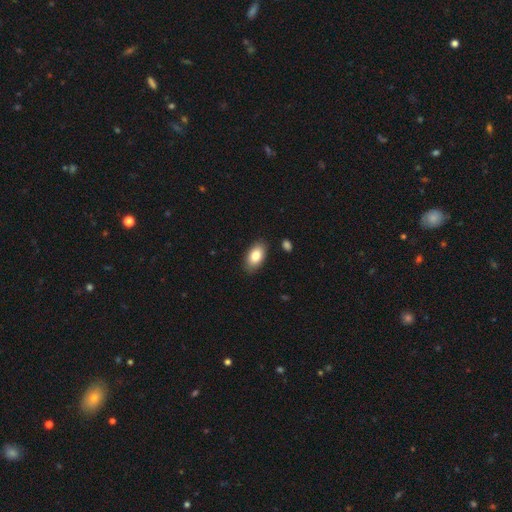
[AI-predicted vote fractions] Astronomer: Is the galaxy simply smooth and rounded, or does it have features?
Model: smooth — 84%.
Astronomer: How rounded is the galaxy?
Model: in between — 93%.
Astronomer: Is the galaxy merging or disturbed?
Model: none — 86%.